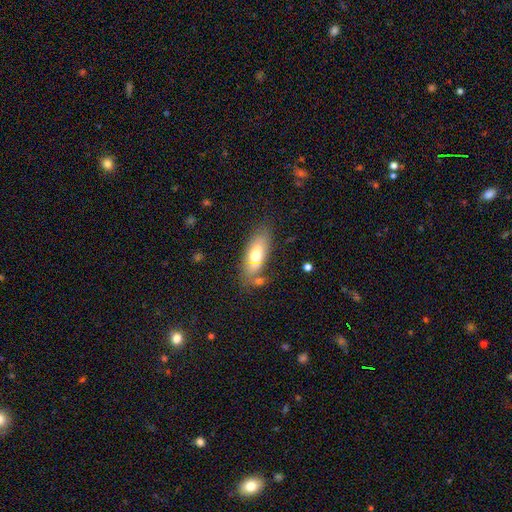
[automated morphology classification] smooth_or_featured: smooth (p=0.66) [alt: featured or disk p=0.27]
how_rounded: in between (p=0.75) [alt: cigar-shaped p=0.23]
merging: none (p=0.70) [alt: minor disturbance p=0.17]